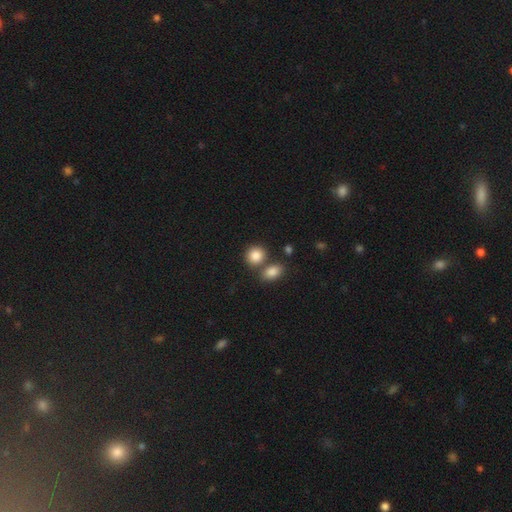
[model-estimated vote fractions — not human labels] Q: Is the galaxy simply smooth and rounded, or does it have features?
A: smooth — 86%.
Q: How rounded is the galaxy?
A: round — 72%.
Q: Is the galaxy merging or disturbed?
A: none — 59%.